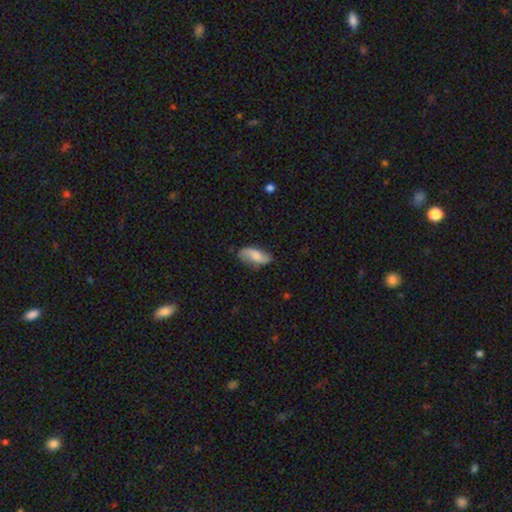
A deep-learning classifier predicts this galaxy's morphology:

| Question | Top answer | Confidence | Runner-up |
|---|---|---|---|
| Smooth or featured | featured or disk | 47% | smooth (46%) |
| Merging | none | 71% | minor disturbance (21%) |